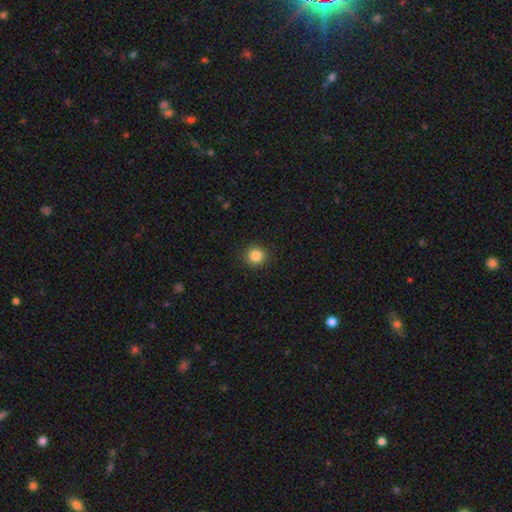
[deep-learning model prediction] A smooth galaxy with no disk features (85%) that is round (93%). Merging: none (92%).